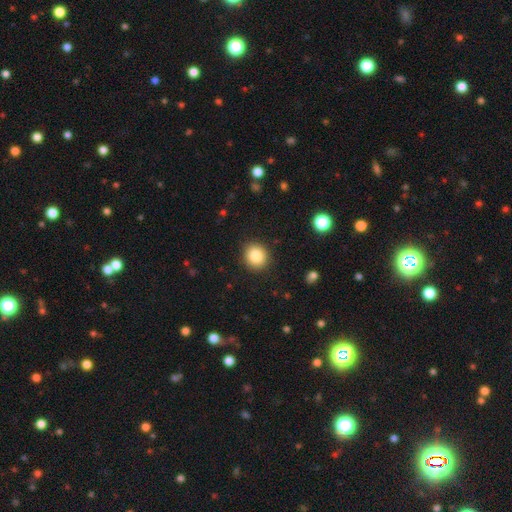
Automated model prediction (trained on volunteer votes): Q: Smooth or featured?
A: smooth (86%); runner-up: star or artifact (9%)
Q: How rounded?
A: round (84%); runner-up: in between (16%)
Q: Merging?
A: none (90%); runner-up: minor disturbance (7%)